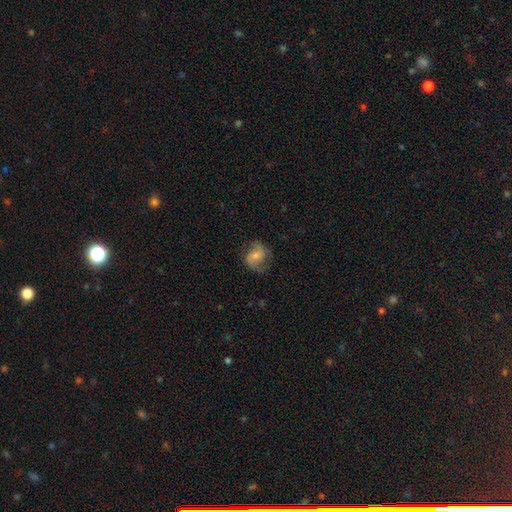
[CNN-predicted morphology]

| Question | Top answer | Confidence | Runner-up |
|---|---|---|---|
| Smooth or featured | featured or disk | 58% | smooth (34%) |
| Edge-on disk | no | 97% | yes (3%) |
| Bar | no | 52% | weak (36%) |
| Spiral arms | yes | 89% | no (11%) |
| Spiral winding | medium | 45% | loose (38%) |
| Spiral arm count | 2 | 85% | can't tell (7%) |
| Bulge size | small | 51% | moderate (40%) |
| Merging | none | 71% | minor disturbance (19%) |